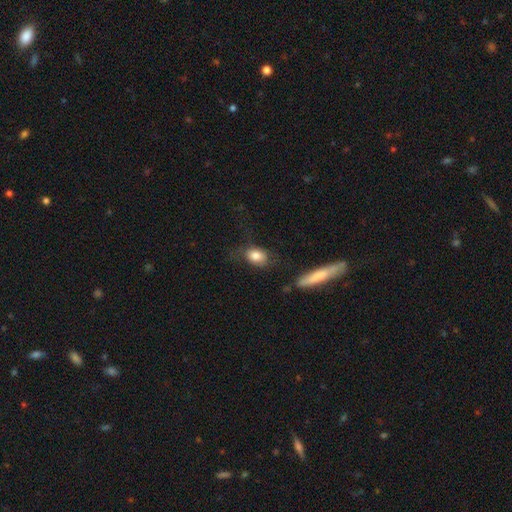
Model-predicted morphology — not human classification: This is clearly a smooth galaxy (81%). How rounded: likely in between (78%). Merging: possibly none (59%).